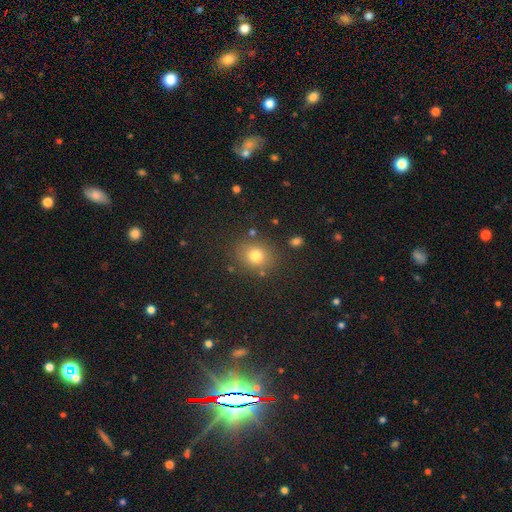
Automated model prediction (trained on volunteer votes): smooth-or-featured: smooth: 77% | star or artifact: 15% | featured or disk: 8%
  how-rounded: round: 72% | in between: 27% | cigar-shaped: 1%
  merging: none: 82% | minor disturbance: 10% | merger: 4% | major disturbance: 4%